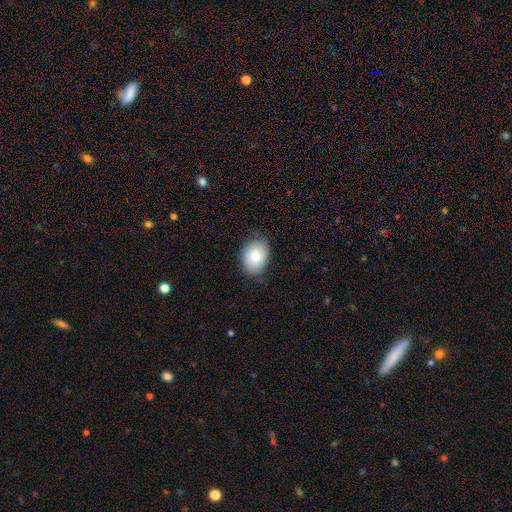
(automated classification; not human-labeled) A smooth galaxy with no disk features (78%) that is in between round and cigar-shaped (78%).

Vote fractions:
- Smooth or featured? smooth: 78% / featured or disk: 15% / star or artifact: 7%
- How rounded? in between: 78% / round: 21% / cigar-shaped: 1%
- Merging? none: 77% / minor disturbance: 19% / major disturbance: 3% / merger: 1%